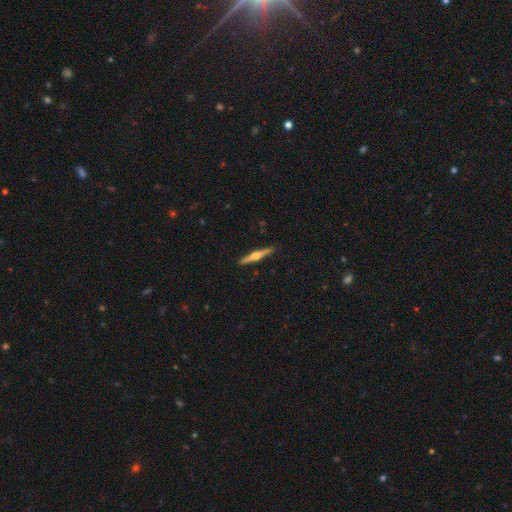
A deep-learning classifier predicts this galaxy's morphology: Overall: featured or disk (74%). Edge-on disk: yes (98%). Edge-on bulge: rounded (93%). Merging: none (92%).